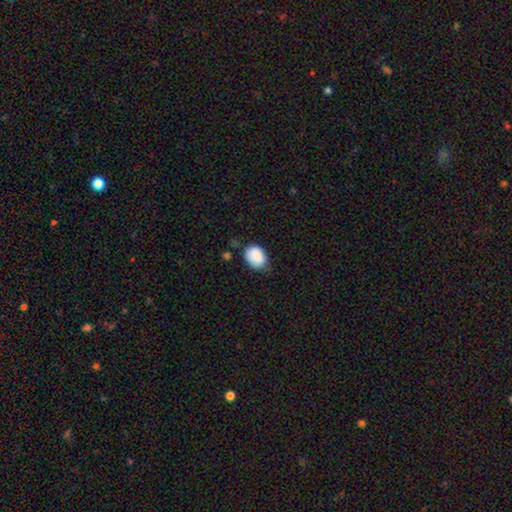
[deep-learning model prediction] smooth 87%, star or artifact 7%, featured or disk 5%. Down the decision tree: how rounded — in between (66%); merging — none (57%).